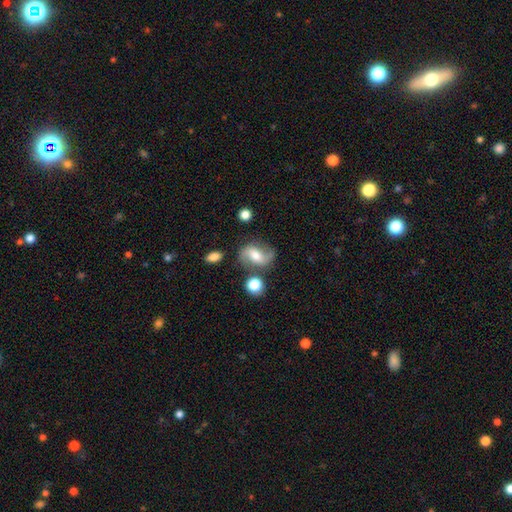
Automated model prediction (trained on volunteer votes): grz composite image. It shows a featured or disk galaxy (59%) with a weak bar (44%), spiral arms (88%) and a moderate central bulge (56%). Merging: none (66%).